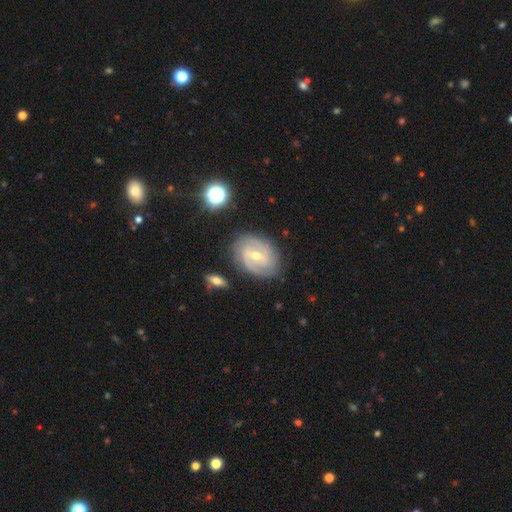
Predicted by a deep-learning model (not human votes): The model was most divided on "bulge size": moderate: 50%, small: 47%, large: 1%, none: 1%, dominant: 1%. More confident: edge-on disk — no (96%); spiral arms — yes (94%); smooth or featured — featured or disk (82%); merging — none (80%); spiral arm count — 2 (60%); spiral winding — tight (56%); bar — weak (52%).